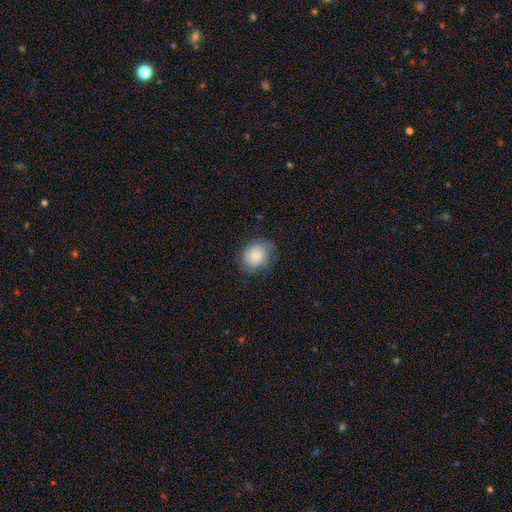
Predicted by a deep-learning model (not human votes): smooth 58%, featured or disk 34%, star or artifact 8%. Down the decision tree: how rounded — round (67%); merging — none (69%).